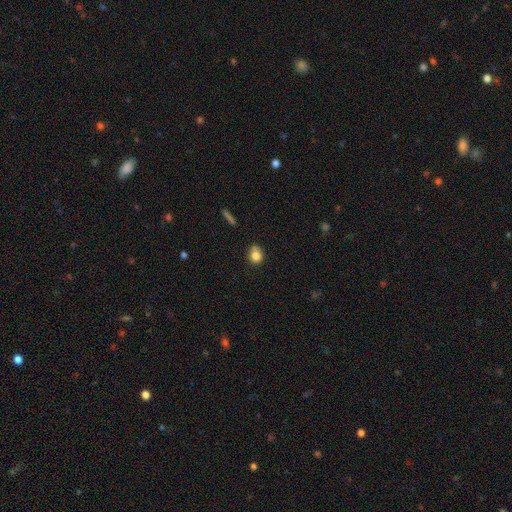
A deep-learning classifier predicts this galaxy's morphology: Q: Smooth or featured?
A: smooth (79%); runner-up: star or artifact (11%)
Q: How rounded?
A: round (65%); runner-up: in between (34%)
Q: Merging?
A: none (62%); runner-up: minor disturbance (25%)